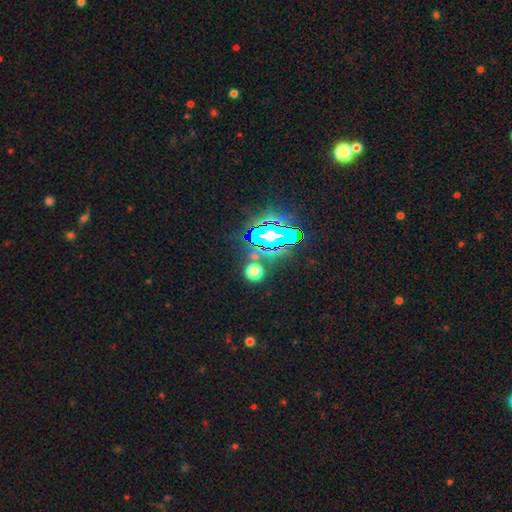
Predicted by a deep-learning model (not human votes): Overall: star or artifact (69%).